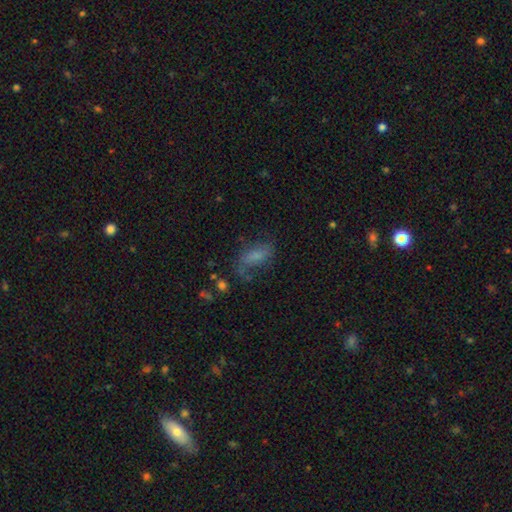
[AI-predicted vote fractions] smooth_or_featured: smooth (p=0.61) [alt: featured or disk p=0.27]
how_rounded: in between (p=0.80) [alt: cigar-shaped p=0.15]
merging: none (p=0.50) [alt: minor disturbance p=0.25]